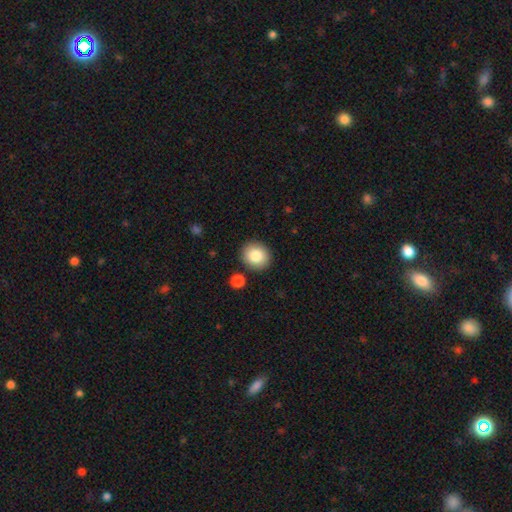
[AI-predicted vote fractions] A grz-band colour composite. It shows a smooth galaxy with no disk features (85%) that is round (76%). Merging: none (87%).